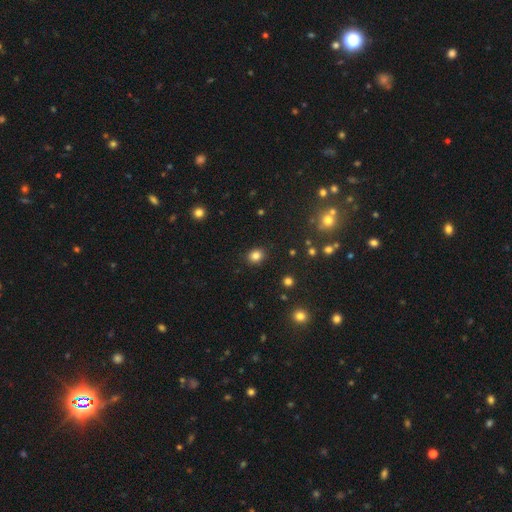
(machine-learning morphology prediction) smooth_or_featured: smooth (p=0.83) [alt: star or artifact p=0.12]
how_rounded: round (p=0.62) [alt: in between p=0.37]
merging: none (p=0.89) [alt: minor disturbance p=0.07]